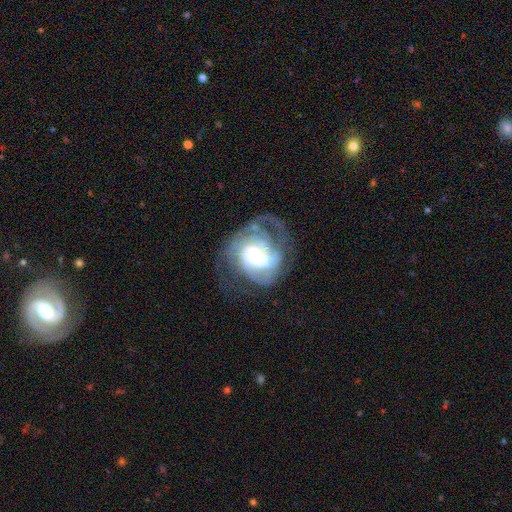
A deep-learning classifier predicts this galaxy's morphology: Smooth or featured? featured or disk (81%)
Edge-on disk? no (97%)
Bar? no (50%)
Spiral arms? yes (93%)
Spiral winding? tight (53%)
Spiral arm count? 2 (37%)
Bulge size? moderate (45%)
Merging? none (64%)